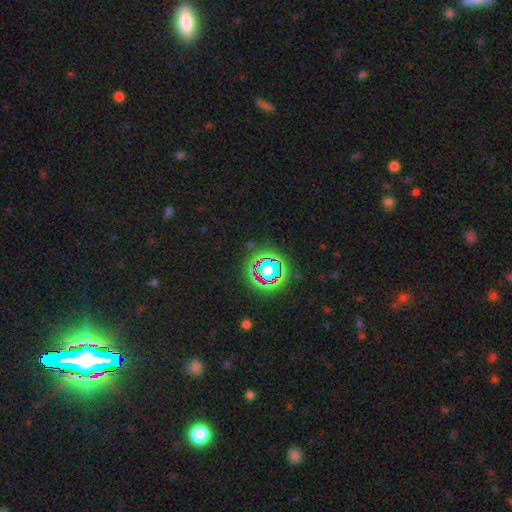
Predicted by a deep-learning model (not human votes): The model was most divided on "smooth or featured": star or artifact: 80%, smooth: 12%, featured or disk: 8%.